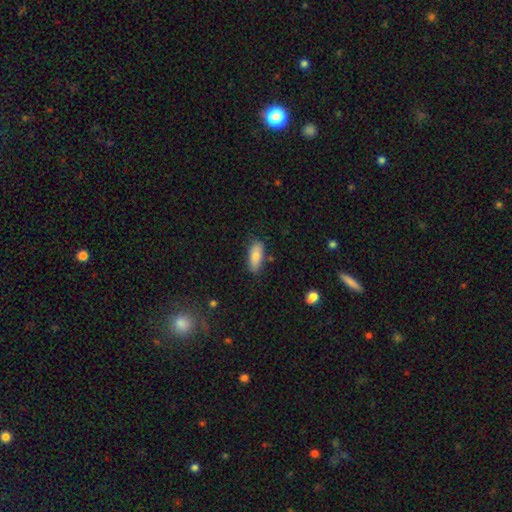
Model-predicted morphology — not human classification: smooth 81%, featured or disk 12%, star or artifact 7%. Down the decision tree: how rounded — in between (81%); merging — none (79%).